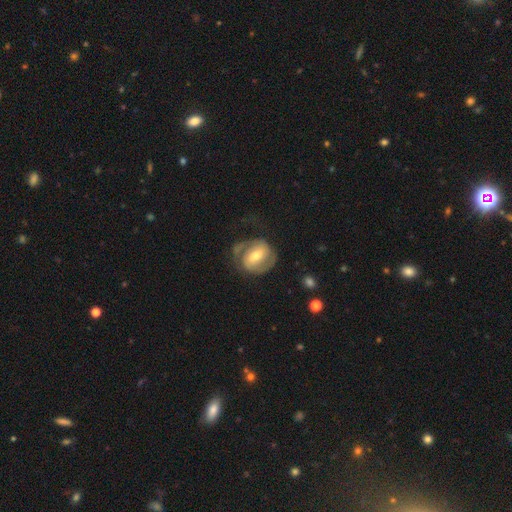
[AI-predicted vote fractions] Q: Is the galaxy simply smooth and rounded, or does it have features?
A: featured or disk — 75%.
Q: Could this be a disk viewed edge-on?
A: no — 97%.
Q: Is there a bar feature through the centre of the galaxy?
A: weak — 45%.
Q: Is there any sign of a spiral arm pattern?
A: yes — 89%.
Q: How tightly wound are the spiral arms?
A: medium — 43%.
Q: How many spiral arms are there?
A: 2 — 77%.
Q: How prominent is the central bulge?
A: moderate — 65%.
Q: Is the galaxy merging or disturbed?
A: none — 58%.